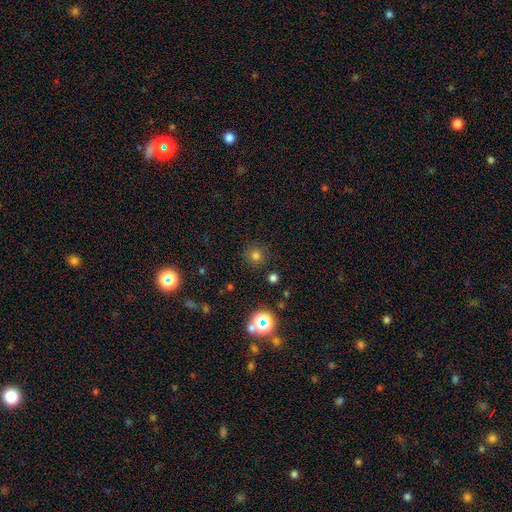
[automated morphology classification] This is likely a smooth galaxy (73%). How rounded: clearly round (94%). Merging: clearly none (87%).